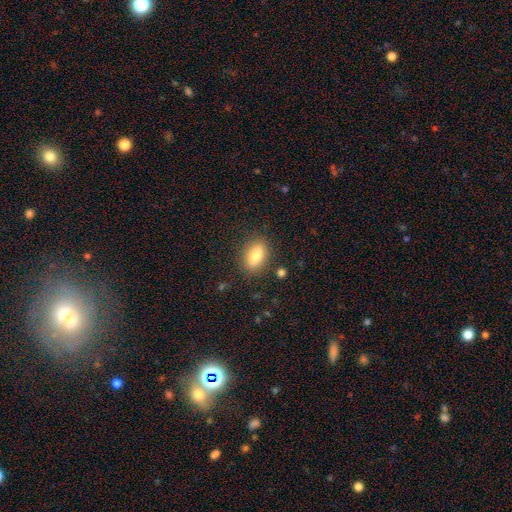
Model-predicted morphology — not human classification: The model was most divided on "smooth or featured": smooth: 80%, featured or disk: 12%, star or artifact: 8%. More confident: merging — none (84%); how rounded — in between (83%).